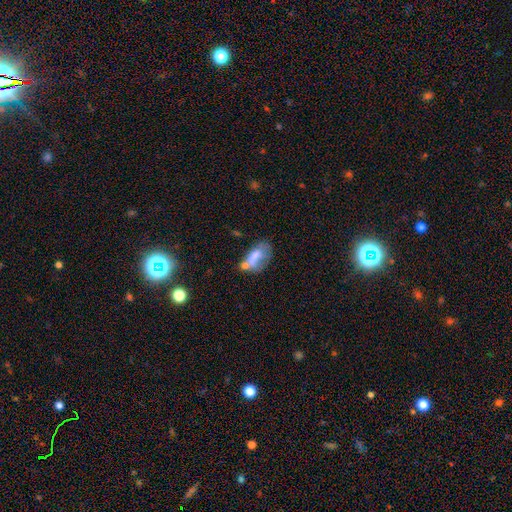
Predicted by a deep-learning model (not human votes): This is possibly a smooth galaxy (54%). How rounded: clearly in between (87%). Merging: marginally merger (32%).